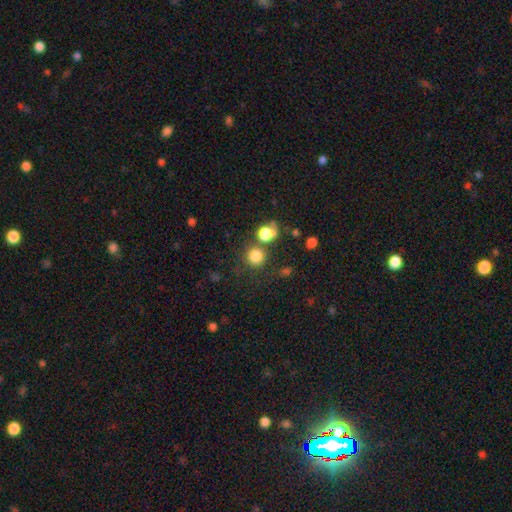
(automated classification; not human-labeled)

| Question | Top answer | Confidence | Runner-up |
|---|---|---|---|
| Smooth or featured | smooth | 80% | star or artifact (13%) |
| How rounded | round | 91% | in between (8%) |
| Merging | none | 68% | merger (18%) |